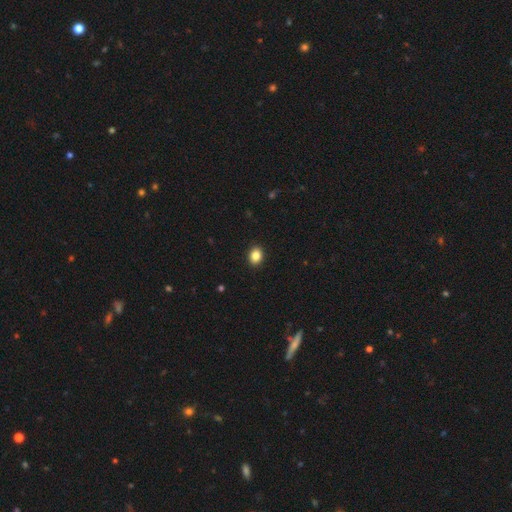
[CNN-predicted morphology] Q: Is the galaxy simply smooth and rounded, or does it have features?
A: smooth — 86%.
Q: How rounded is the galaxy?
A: in between — 58%.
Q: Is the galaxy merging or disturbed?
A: none — 91%.